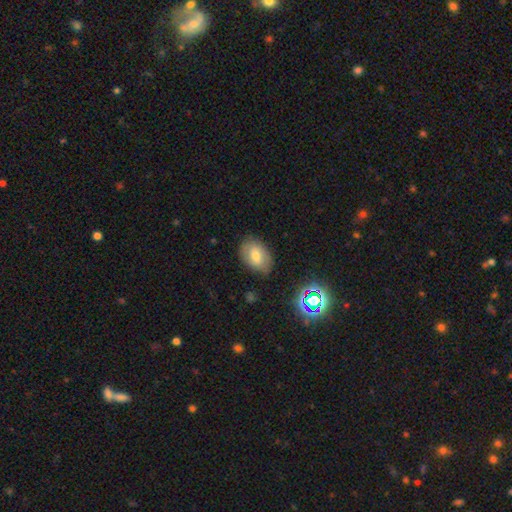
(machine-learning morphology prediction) type=smooth (63%); roundness=in between (82%); merging=none (77%).